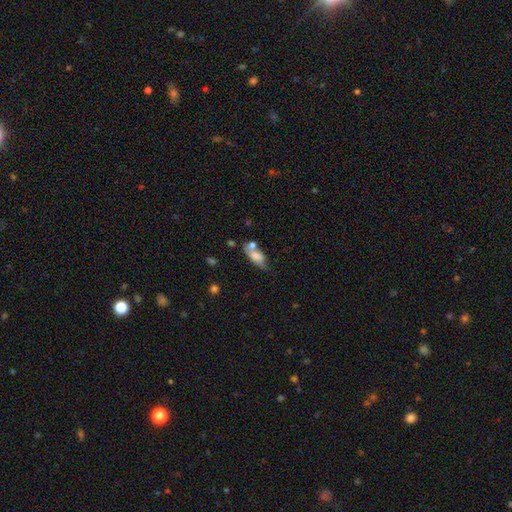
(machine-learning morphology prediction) This appears to be a smooth galaxy with no disk features (69%) that is in between round and cigar-shaped (81%). Merging: none (33%).